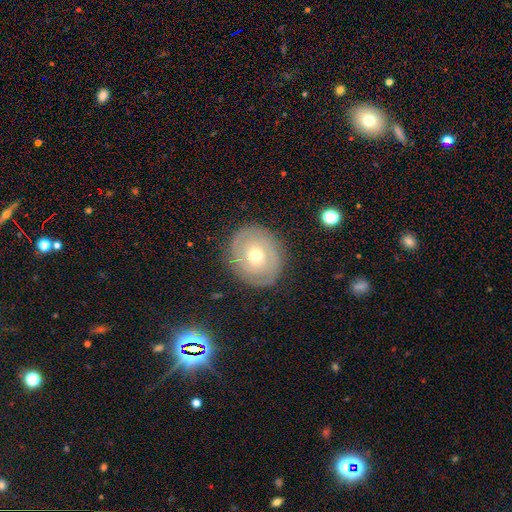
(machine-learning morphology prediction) The model was most divided on "bulge size": moderate: 57%, small: 38%, large: 3%, dominant: 1%, none: 1%. More confident: edge-on disk — no (95%); merging — none (84%); bar — no (82%); spiral arms — yes (60%); smooth or featured — featured or disk (59%).